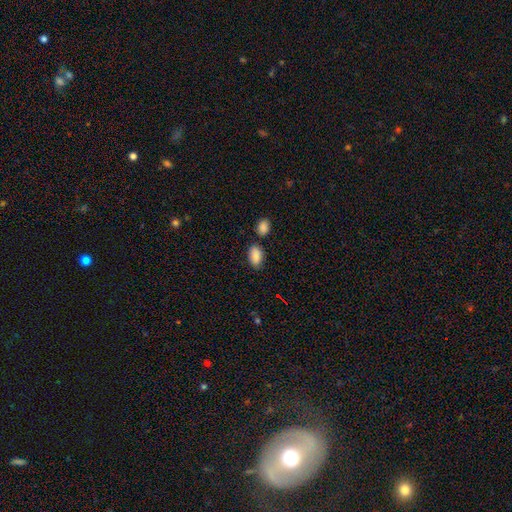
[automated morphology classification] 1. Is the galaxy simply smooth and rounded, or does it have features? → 88% smooth, 8% star or artifact, 4% featured or disk.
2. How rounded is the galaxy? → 92% in between, 6% round, 2% cigar-shaped.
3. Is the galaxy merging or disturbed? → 74% none, 14% minor disturbance, 9% merger, 3% major disturbance.